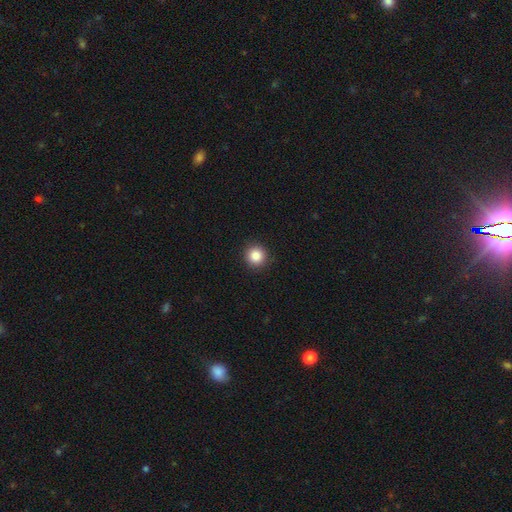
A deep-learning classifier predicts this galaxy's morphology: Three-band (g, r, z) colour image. It shows a smooth galaxy with no disk features (86%) that is round (95%). Merging: none (92%).